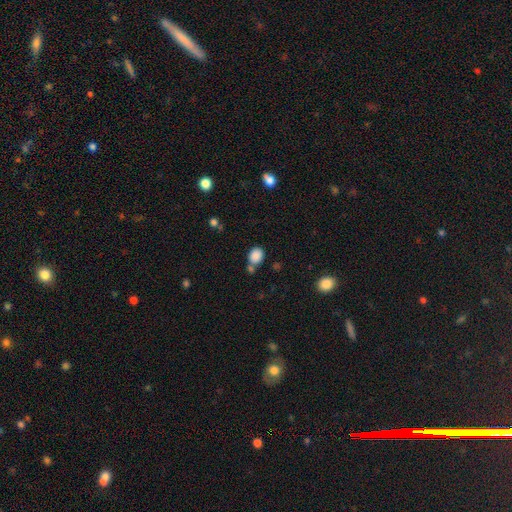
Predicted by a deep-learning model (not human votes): A smooth galaxy with no disk features (86%) that is round (58%). Merging: none (63%).